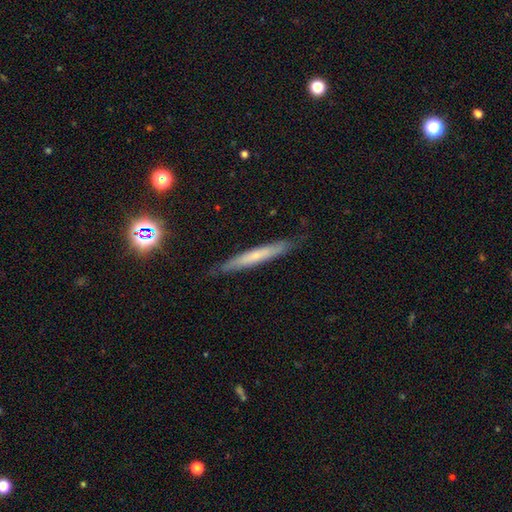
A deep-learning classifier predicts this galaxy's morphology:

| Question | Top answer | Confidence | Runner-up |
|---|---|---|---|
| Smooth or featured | smooth | 49% | featured or disk (44%) |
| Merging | none | 84% | minor disturbance (13%) |